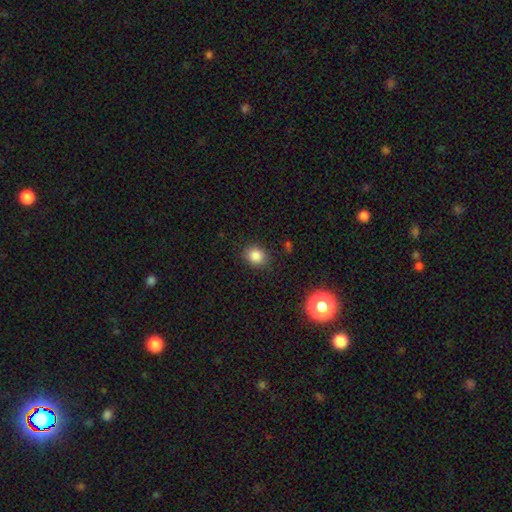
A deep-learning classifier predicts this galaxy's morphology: smooth 85%, star or artifact 11%, featured or disk 4%. Down the decision tree: how rounded — round (67%); merging — none (86%).